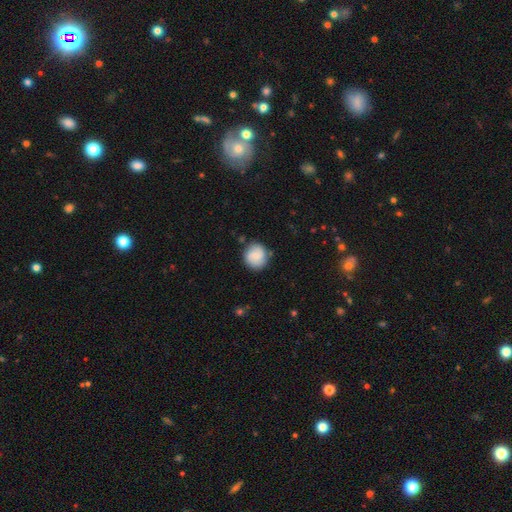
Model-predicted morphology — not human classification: A smooth galaxy with no disk features (59%) that is round (84%). Merging: none (79%).